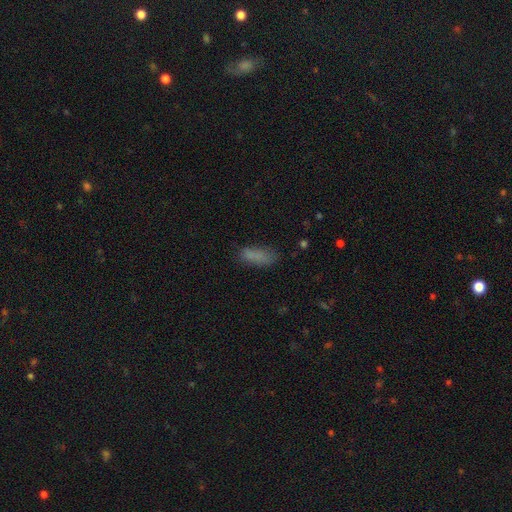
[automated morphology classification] Smooth or featured? smooth (82%)
How rounded? in between (65%)
Merging? none (70%)